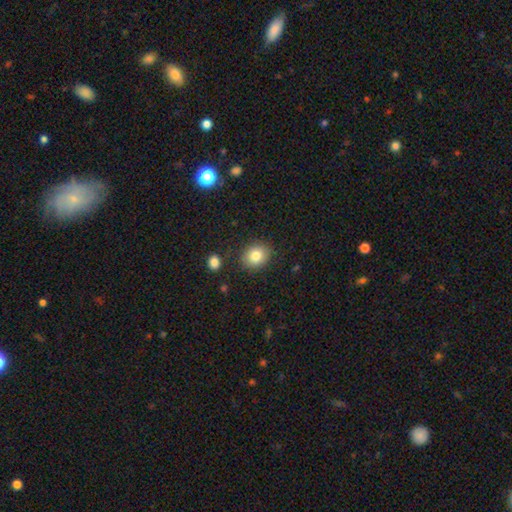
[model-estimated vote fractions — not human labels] smooth 82%, star or artifact 10%, featured or disk 8%. Down the decision tree: how rounded — round (64%); merging — none (85%).